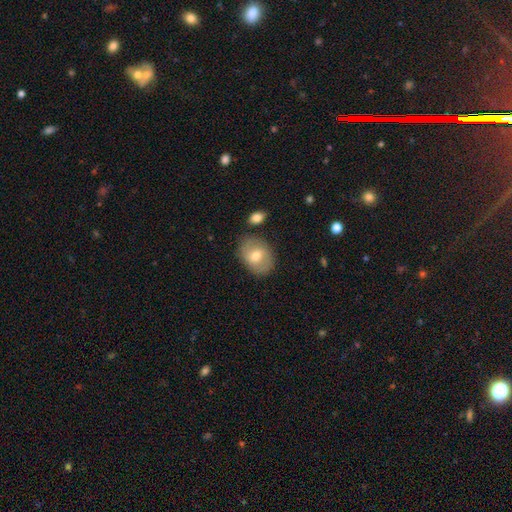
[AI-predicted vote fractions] smooth-or-featured: smooth: 59% | featured or disk: 33% | star or artifact: 7%
  how-rounded: in between: 63% | round: 36% | cigar-shaped: 1%
  merging: none: 77% | minor disturbance: 14% | merger: 4% | major disturbance: 4%